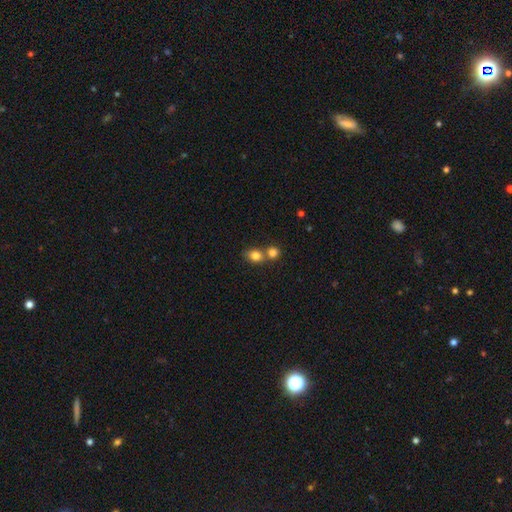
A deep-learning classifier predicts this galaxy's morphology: Overall: smooth (81%). How rounded: round (56%; in between 43%). Merging: merger (46%; none 42%).